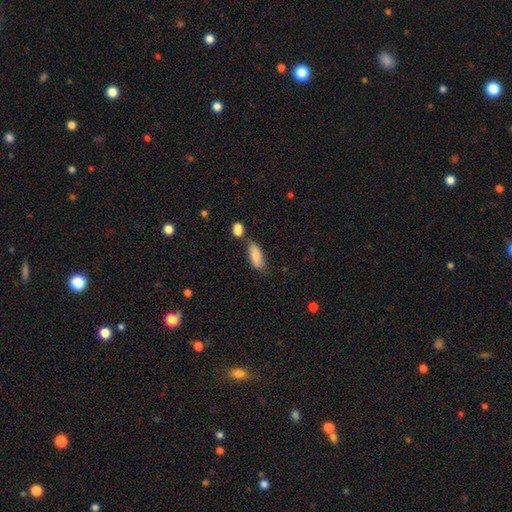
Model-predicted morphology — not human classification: This is clearly a smooth galaxy (83%). How rounded: likely in between (78%). Merging: likely none (65%).